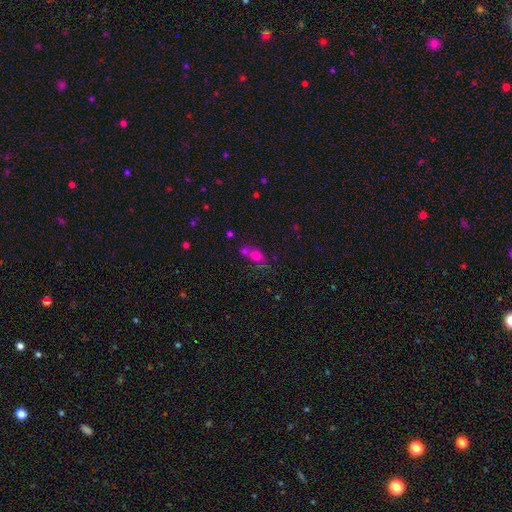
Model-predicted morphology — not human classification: smooth-or-featured: smooth: 70% | featured or disk: 15% | star or artifact: 15%
  how-rounded: in between: 64% | round: 29% | cigar-shaped: 6%
  merging: merger: 47% | none: 34% | minor disturbance: 12% | major disturbance: 7%